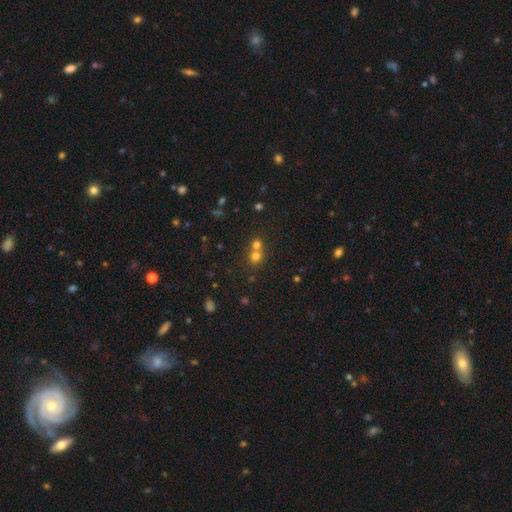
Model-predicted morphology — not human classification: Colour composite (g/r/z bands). It shows a smooth galaxy with no disk features (70%) that is round (85%). Merging: merger (53%).